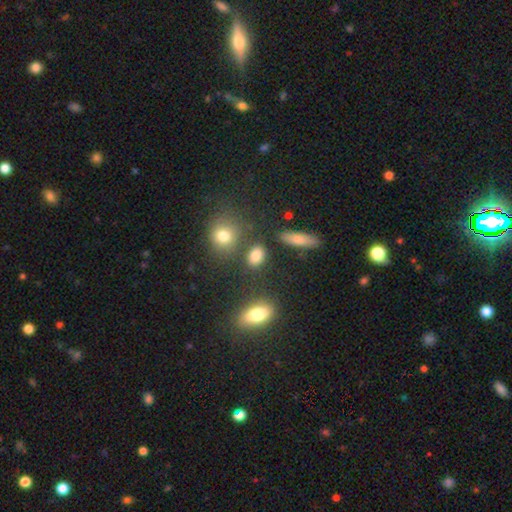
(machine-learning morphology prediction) A smooth galaxy with no disk features (83%) that is in between round and cigar-shaped (68%).

Vote fractions:
- Smooth or featured? smooth: 83% / star or artifact: 11% / featured or disk: 6%
- How rounded? in between: 68% / round: 29% / cigar-shaped: 3%
- Merging? none: 78% / minor disturbance: 11% / merger: 7% / major disturbance: 4%